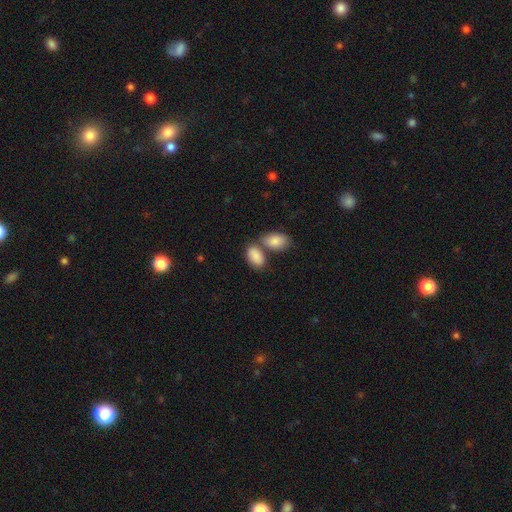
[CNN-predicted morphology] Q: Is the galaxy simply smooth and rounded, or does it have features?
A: smooth — 88%.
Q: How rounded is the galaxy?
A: in between — 93%.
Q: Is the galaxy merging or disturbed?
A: merger — 43%.